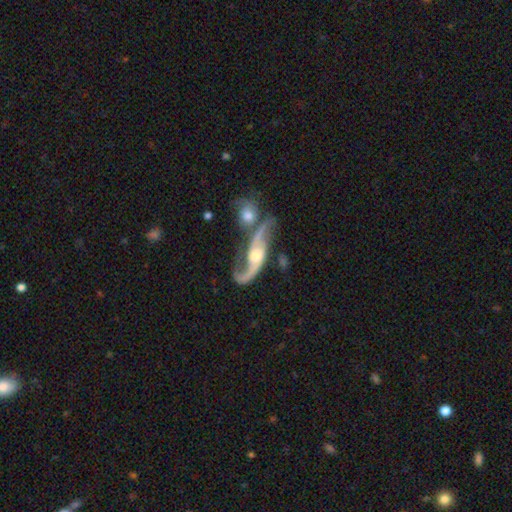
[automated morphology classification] Smooth or featured: featured or disk — 88% (smooth — 7%)
Edge-on disk: no — 88% (yes — 12%)
Bar: no — 49% (weak — 35%)
Spiral arms: yes — 95% (no — 5%)
Spiral winding: loose — 71% (medium — 23%)
Spiral arm count: 2 — 90% (1 — 5%)
Bulge size: moderate — 60% (small — 24%)
Merging: merger — 38% (none — 35%)